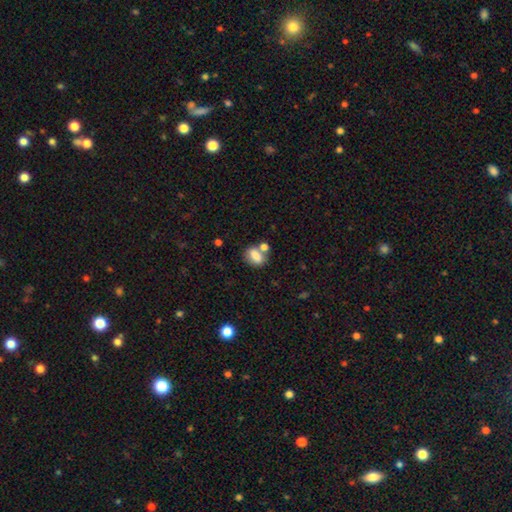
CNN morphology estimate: Overall: smooth (77%). How rounded: in between (71%). Merging: none (49%; merger 33%).